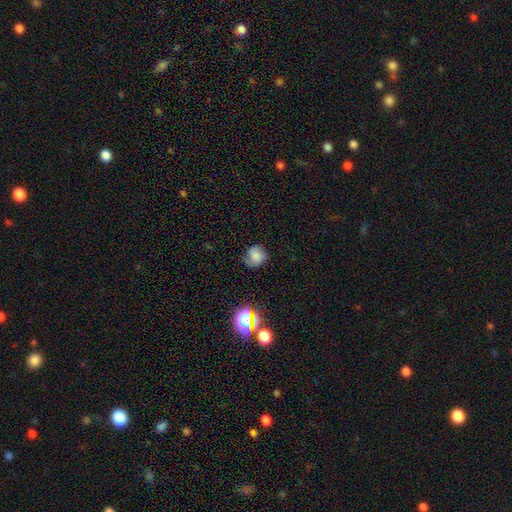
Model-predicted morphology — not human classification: A smooth galaxy with no disk features (72%) that is round (80%).

Vote fractions:
- Smooth or featured? smooth: 72% / star or artifact: 15% / featured or disk: 14%
- How rounded? round: 80% / in between: 19% / cigar-shaped: 1%
- Merging? none: 65% / minor disturbance: 25% / major disturbance: 7% / merger: 2%